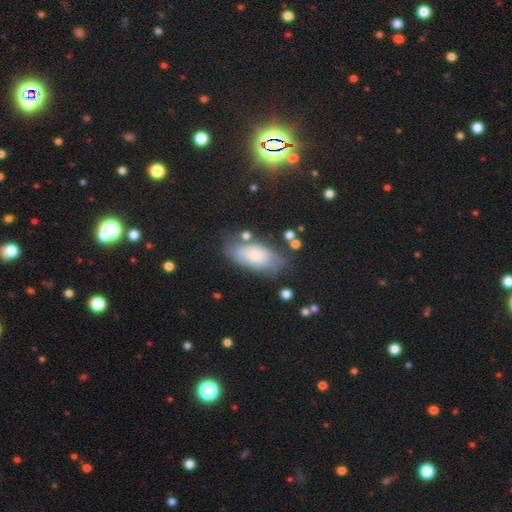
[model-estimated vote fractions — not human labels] A smooth galaxy with no disk features (71%) that is in between round and cigar-shaped (90%).

Vote fractions:
- Smooth or featured? smooth: 71% / featured or disk: 21% / star or artifact: 8%
- How rounded? in between: 90% / cigar-shaped: 7% / round: 3%
- Merging? none: 61% / minor disturbance: 23% / major disturbance: 10% / merger: 6%